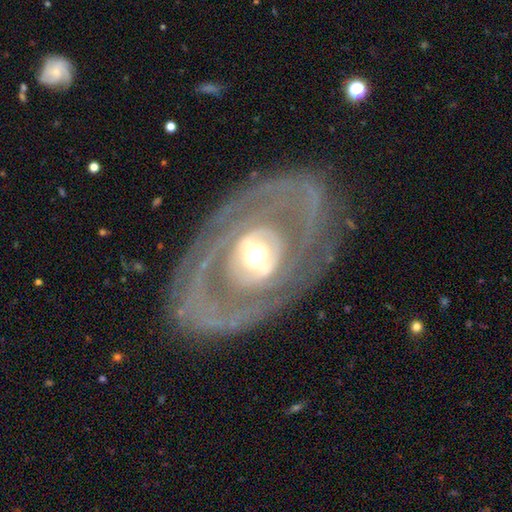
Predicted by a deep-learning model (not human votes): Smooth or featured? Predicted: featured or disk (p=0.84). Edge-on disk? Predicted: no (p=0.94). Bar? Predicted: no (p=0.48). Spiral arms? Predicted: yes (p=0.72). Spiral winding? Predicted: tight (p=0.53). Spiral arm count? Predicted: 2 (p=0.49). Bulge size? Predicted: moderate (p=0.63). Merging? Predicted: none (p=0.74).